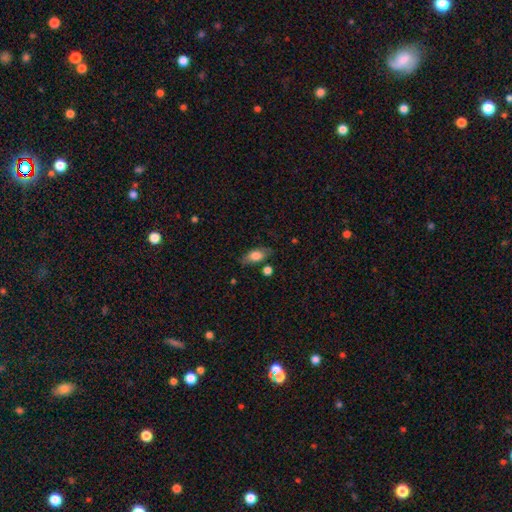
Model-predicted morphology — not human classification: type=smooth (73%); roundness=in between (81%); merging=none (73%).